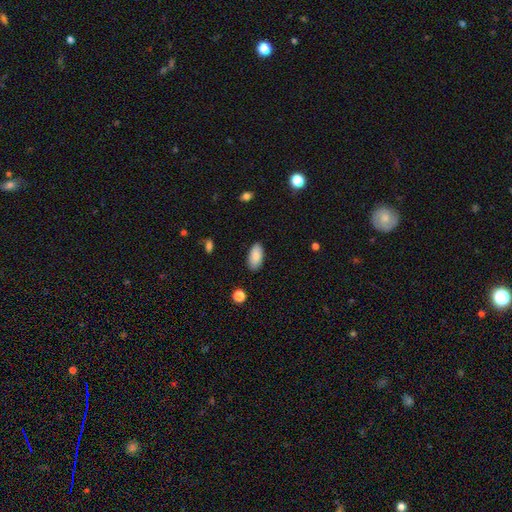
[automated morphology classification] Q: Smooth or featured?
A: smooth (86%); runner-up: featured or disk (7%)
Q: How rounded?
A: in between (94%); runner-up: cigar-shaped (3%)
Q: Merging?
A: none (86%); runner-up: minor disturbance (10%)